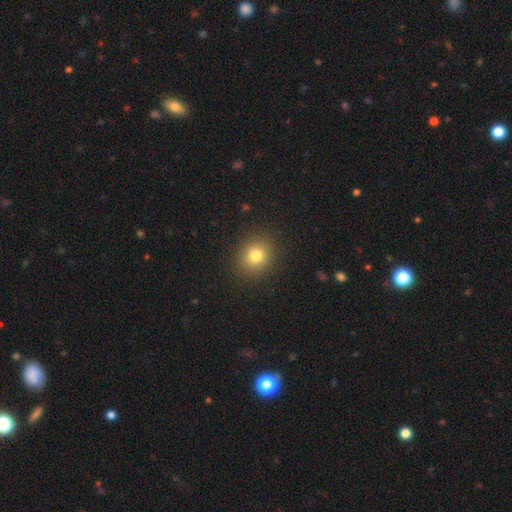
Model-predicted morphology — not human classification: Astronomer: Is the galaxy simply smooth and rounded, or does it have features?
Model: smooth — 79%.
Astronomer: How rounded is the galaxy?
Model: round — 79%.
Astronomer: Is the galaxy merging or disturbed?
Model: none — 89%.